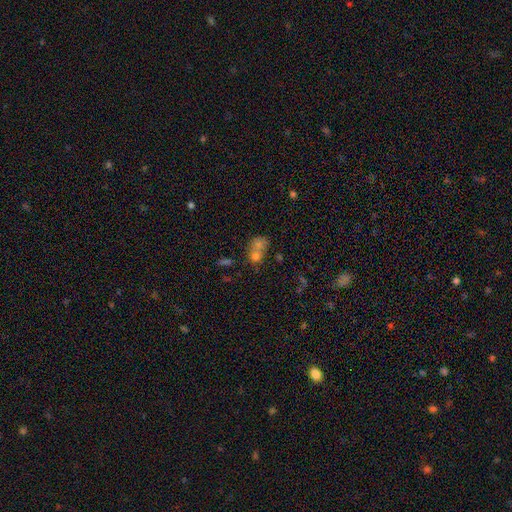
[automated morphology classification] A smooth galaxy with no disk features (69%) that is round (61%). Merging: merger (65%).